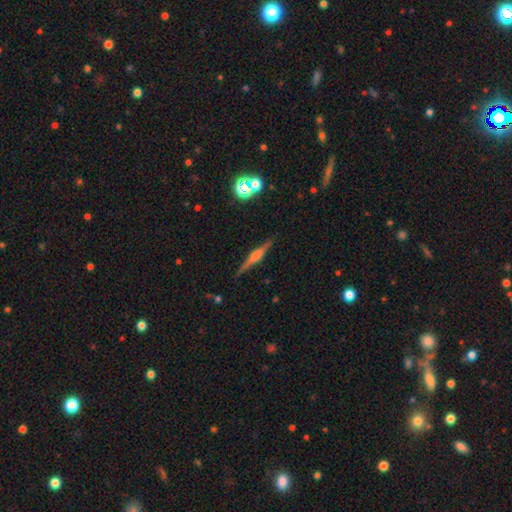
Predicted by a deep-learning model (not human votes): This is likely a featured or disk galaxy (75%). It is clearly viewed edge-on (98%). Edge-on bulge: likely rounded (63%). Merging: clearly none (88%).